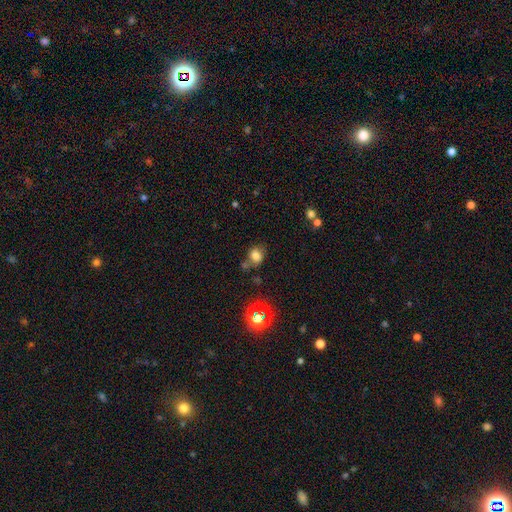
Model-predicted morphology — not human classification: A smooth galaxy with no disk features (73%) that is in between round and cigar-shaped (53%).

Vote fractions:
- Smooth or featured? smooth: 73% / star or artifact: 17% / featured or disk: 10%
- How rounded? in between: 53% / round: 46% / cigar-shaped: 1%
- Merging? none: 55% / minor disturbance: 21% / merger: 16% / major disturbance: 9%